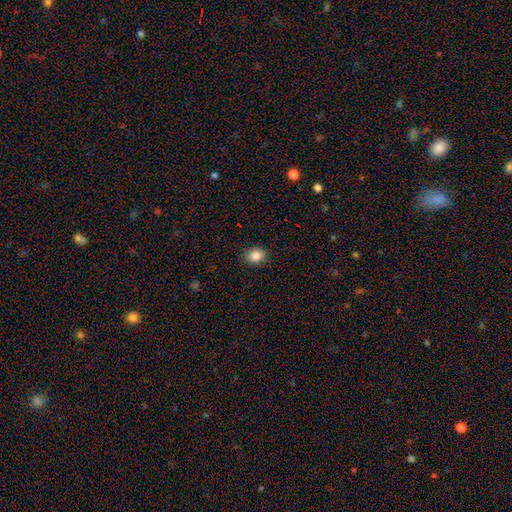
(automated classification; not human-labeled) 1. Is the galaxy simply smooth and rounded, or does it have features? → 86% smooth, 9% star or artifact, 4% featured or disk.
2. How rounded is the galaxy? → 50% round, 49% in between, 1% cigar-shaped.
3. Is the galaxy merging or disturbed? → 88% none, 9% minor disturbance, 2% major disturbance, 1% merger.